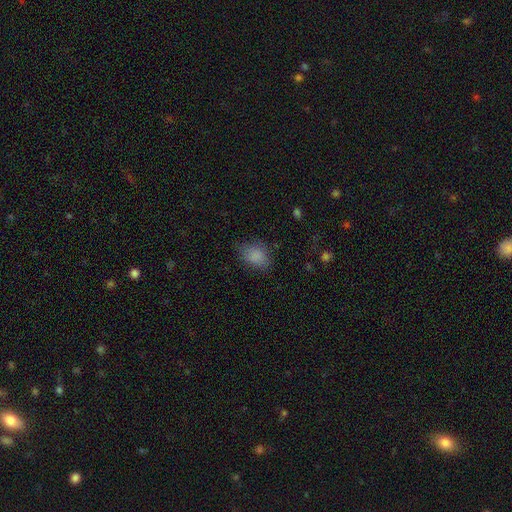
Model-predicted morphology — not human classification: type=smooth (85%); roundness=in between (79%); merging=none (73%).